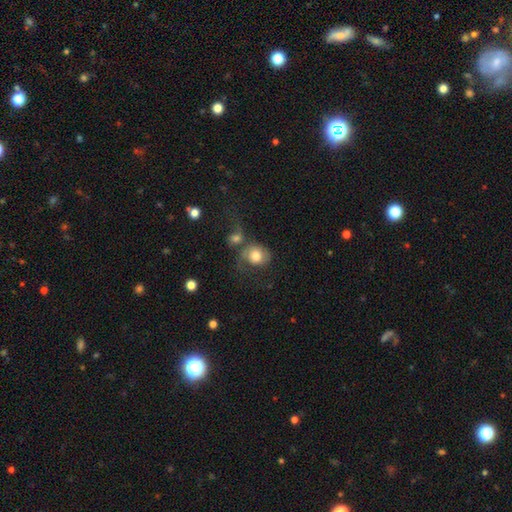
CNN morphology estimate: Smooth or featured? Predicted: smooth (p=0.70). How rounded? Predicted: round (p=0.67). Merging? Predicted: merger (p=0.41).